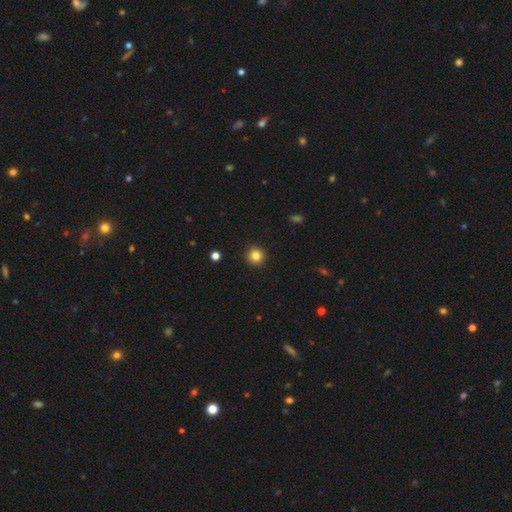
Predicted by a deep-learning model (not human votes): Morphology: type=smooth (84%); roundness=round (94%); merging=none (92%).